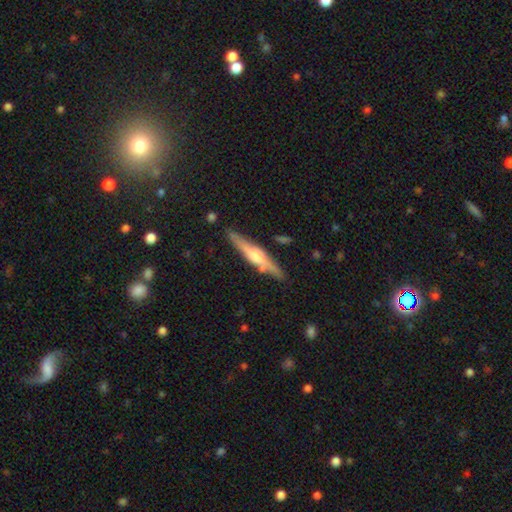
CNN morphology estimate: smooth_or_featured: featured or disk (p=0.65) [alt: smooth p=0.30]
disk_edge_on: yes (p=0.96) [alt: no p=0.04]
edge_on_bulge: rounded (p=0.81) [alt: boxy p=0.12]
merging: none (p=0.85) [alt: minor disturbance p=0.10]